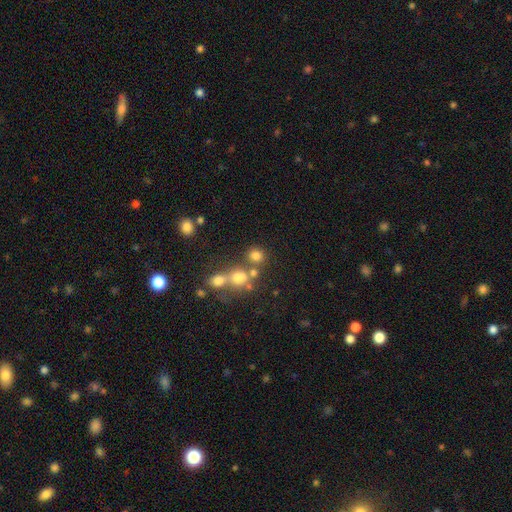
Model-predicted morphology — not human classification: A smooth galaxy with no disk features (74%) that is round (82%).

Vote fractions:
- Smooth or featured? smooth: 74% / star or artifact: 17% / featured or disk: 9%
- How rounded? round: 82% / in between: 17% / cigar-shaped: 1%
- Merging? none: 61% / merger: 24% / minor disturbance: 9% / major disturbance: 6%